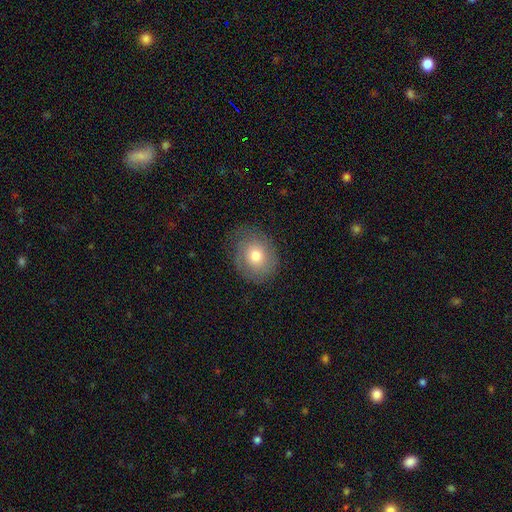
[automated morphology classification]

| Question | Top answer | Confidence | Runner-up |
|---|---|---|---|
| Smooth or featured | smooth | 60% | featured or disk (32%) |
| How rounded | round | 63% | in between (36%) |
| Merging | none | 73% | minor disturbance (19%) |